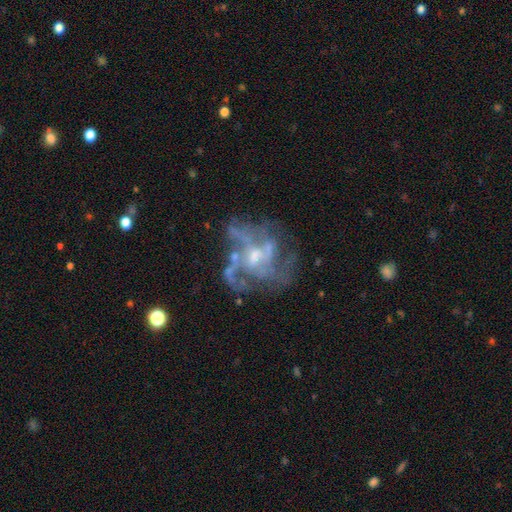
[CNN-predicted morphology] Smooth or featured? Predicted: featured or disk (p=0.79). Edge-on disk? Predicted: no (p=0.98). Bar? Predicted: no (p=0.62). Spiral arms? Predicted: yes (p=0.59). Bulge size? Predicted: moderate (p=0.45). Merging? Predicted: none (p=0.41).